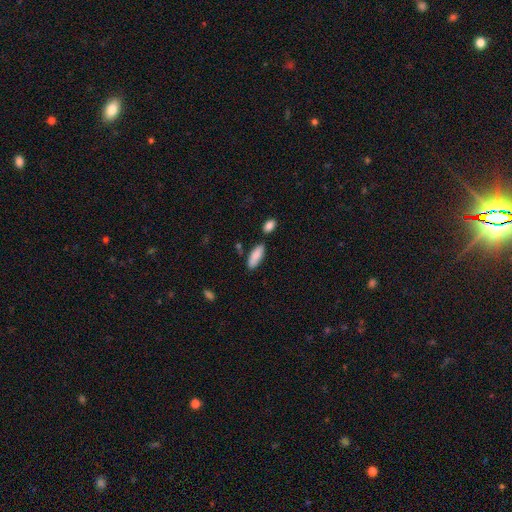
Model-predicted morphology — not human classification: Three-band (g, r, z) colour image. It shows a smooth galaxy with no disk features (88%) that is in between round and cigar-shaped (69%). Merging: none (77%).